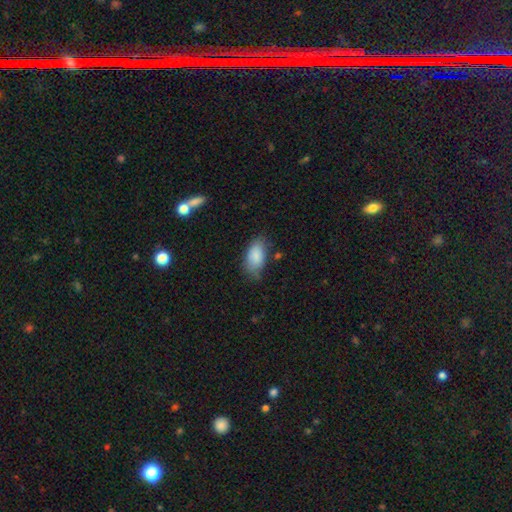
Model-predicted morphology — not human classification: Q: Smooth or featured?
A: smooth (86%); runner-up: featured or disk (8%)
Q: How rounded?
A: in between (93%); runner-up: round (4%)
Q: Merging?
A: none (68%); runner-up: minor disturbance (24%)